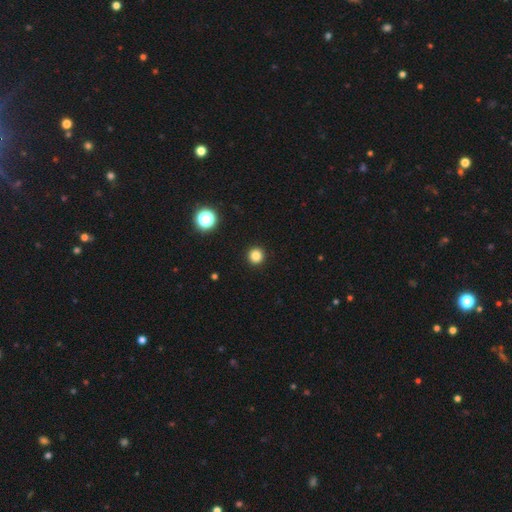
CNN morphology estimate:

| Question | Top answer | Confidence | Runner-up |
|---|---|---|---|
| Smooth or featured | smooth | 83% | star or artifact (13%) |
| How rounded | round | 95% | in between (4%) |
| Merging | none | 94% | minor disturbance (4%) |